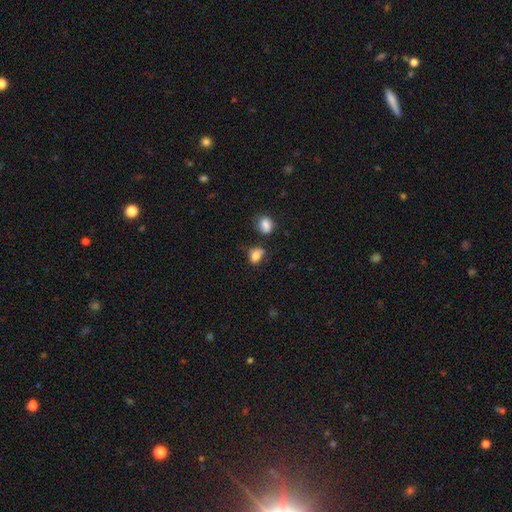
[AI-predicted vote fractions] smooth_or_featured: smooth (p=0.80) [alt: star or artifact p=0.11]
how_rounded: in between (p=0.63) [alt: round p=0.35]
merging: none (p=0.52) [alt: minor disturbance p=0.27]